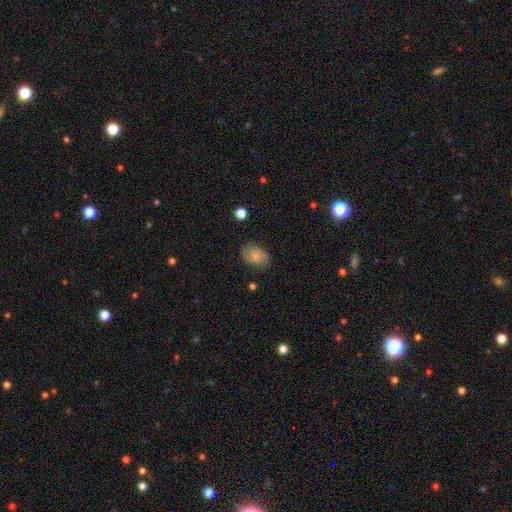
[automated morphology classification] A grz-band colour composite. It shows a smooth galaxy with no disk features (71%) that is in between round and cigar-shaped (75%). Merging: none (74%).